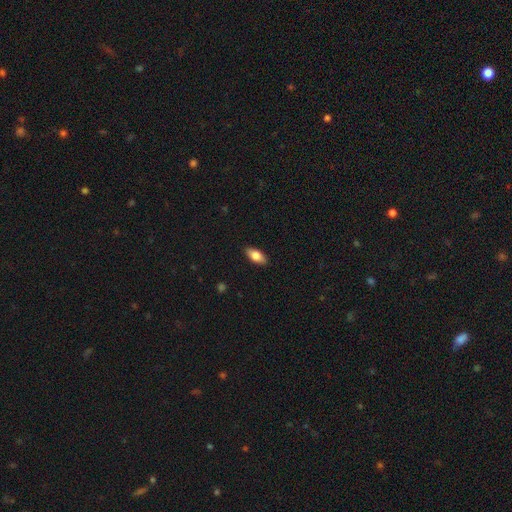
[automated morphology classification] A smooth galaxy with no disk features (78%) that is in between round and cigar-shaped (86%). Merging: none (89%).